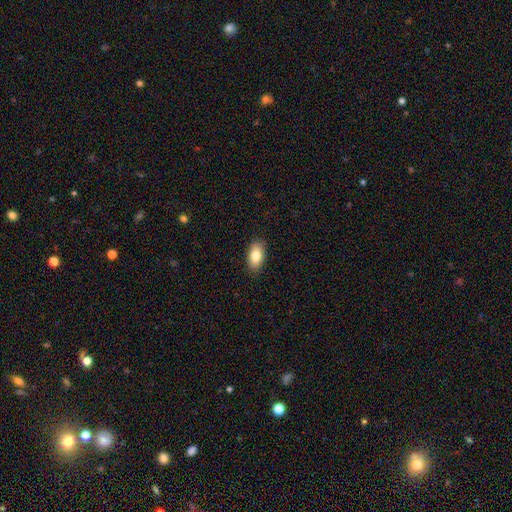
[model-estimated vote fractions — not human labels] Q: Smooth or featured?
A: smooth (80%); runner-up: featured or disk (13%)
Q: How rounded?
A: in between (92%); runner-up: round (5%)
Q: Merging?
A: none (88%); runner-up: minor disturbance (9%)